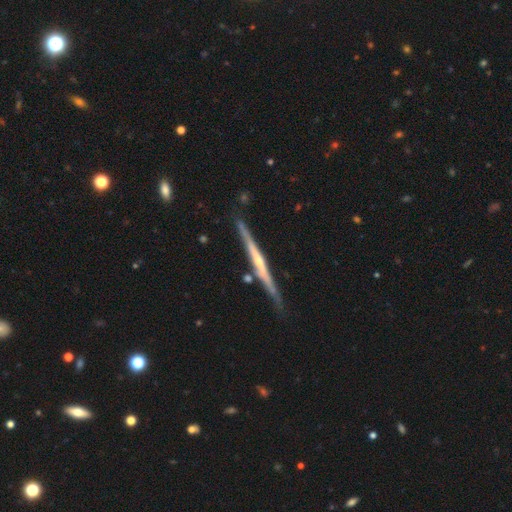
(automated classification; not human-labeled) A featured or disk galaxy (78%) viewed edge-on (98%) with a rounded central bulge (53%). Merging: none (82%).